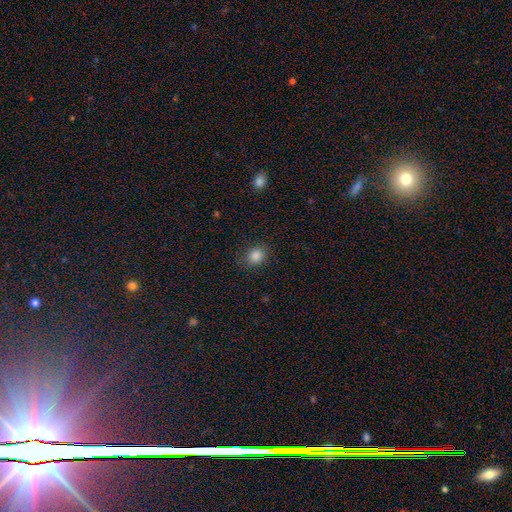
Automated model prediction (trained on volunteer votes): Q: Smooth or featured?
A: smooth (85%); runner-up: star or artifact (11%)
Q: How rounded?
A: round (60%); runner-up: in between (39%)
Q: Merging?
A: none (86%); runner-up: minor disturbance (10%)